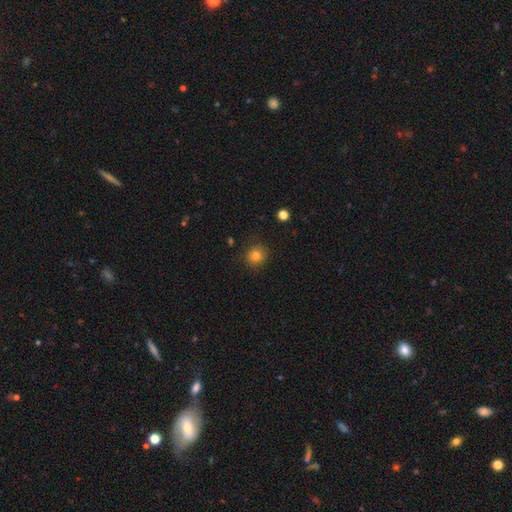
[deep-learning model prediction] Smooth or featured: smooth — 82% (star or artifact — 12%)
How rounded: round — 89% (in between — 10%)
Merging: none — 88% (minor disturbance — 9%)